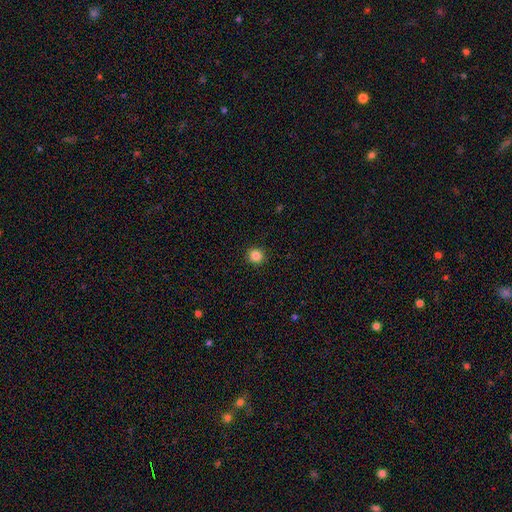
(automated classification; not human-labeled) Smooth or featured?
  - smooth: 85% *
  - star or artifact: 12%
  - featured or disk: 4%
How rounded?
  - round: 94% *
  - in between: 5%
  - cigar-shaped: 1%
Merging?
  - none: 93% *
  - minor disturbance: 5%
  - major disturbance: 2%
  - merger: 1%